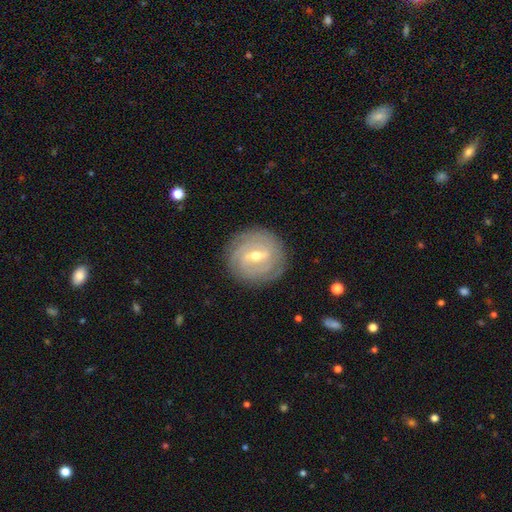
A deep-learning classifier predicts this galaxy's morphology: This is clearly a featured or disk galaxy (84%). It is clearly not viewed edge-on (95%). Bar: possibly weak (49%). Spiral arm pattern: clearly yes (92%). Spiral arm count: marginally can't tell (36%). Spiral winding: likely tight (79%). Central bulge: possibly moderate (57%). Merging: clearly none (85%).